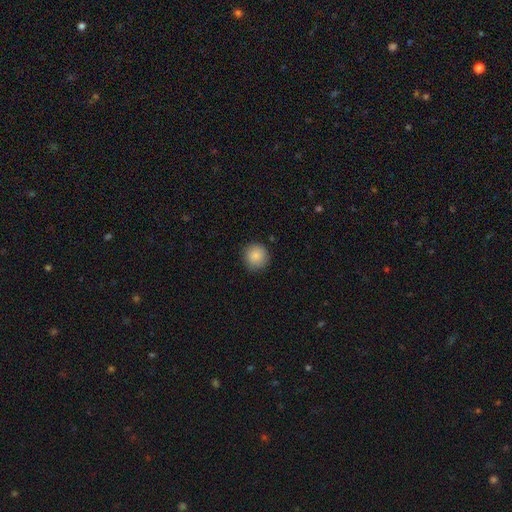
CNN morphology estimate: Smooth or featured: smooth — 87% (star or artifact — 9%)
How rounded: round — 94% (in between — 6%)
Merging: none — 89% (minor disturbance — 8%)